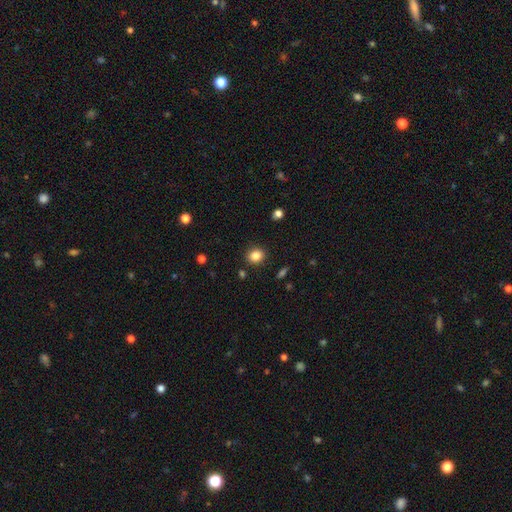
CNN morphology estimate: Overall: smooth (85%). How rounded: round (70%). Merging: none (88%).